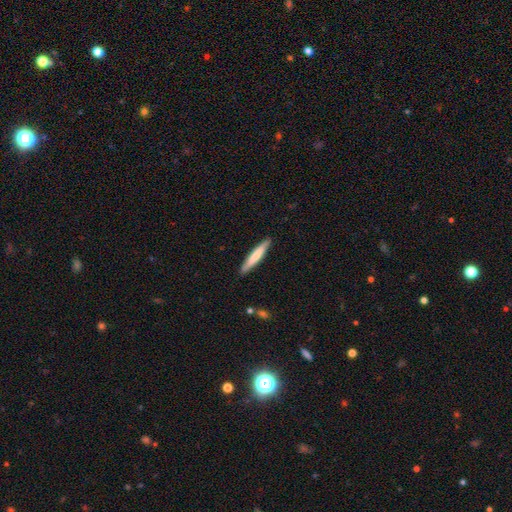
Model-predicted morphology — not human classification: This appears to be a smooth galaxy with no disk features (69%) that is cigar-shaped (93%). Merging: none (90%).